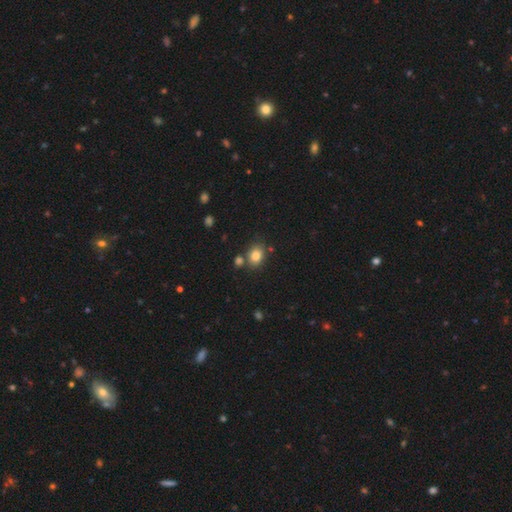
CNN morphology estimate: type=smooth (82%); roundness=in between (56%); merging=none (70%).